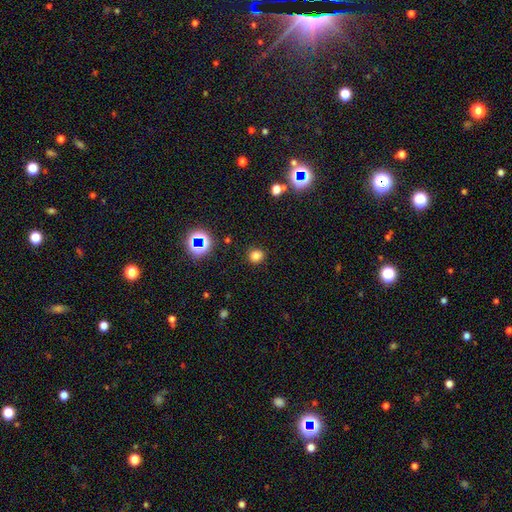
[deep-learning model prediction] smooth-or-featured: smooth: 77% | star or artifact: 18% | featured or disk: 5%
  how-rounded: round: 84% | in between: 15% | cigar-shaped: 1%
  merging: none: 89% | minor disturbance: 7% | major disturbance: 2% | merger: 2%